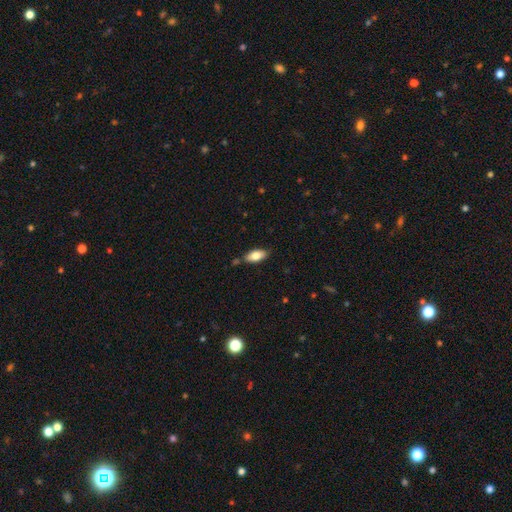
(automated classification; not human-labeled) smooth-or-featured: smooth: 79% | featured or disk: 15% | star or artifact: 7%
  how-rounded: in between: 88% | cigar-shaped: 9% | round: 3%
  merging: none: 80% | minor disturbance: 14% | merger: 4% | major disturbance: 3%